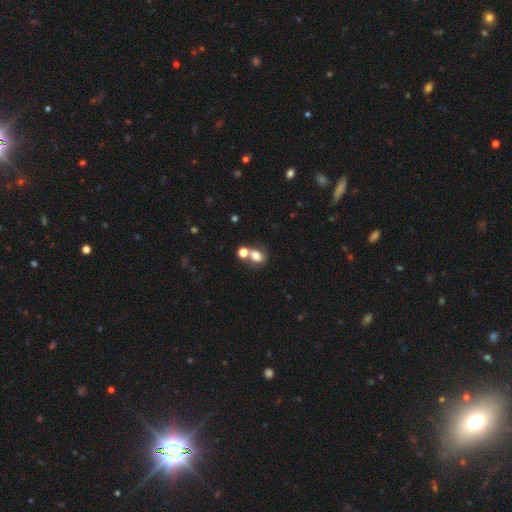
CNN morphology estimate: smooth 73%, featured or disk 15%, star or artifact 13%. Down the decision tree: how rounded — in between (55%); merging — merger (43%).